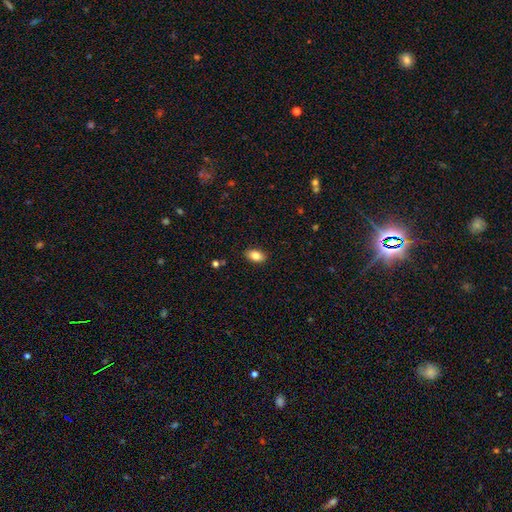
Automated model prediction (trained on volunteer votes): Smooth or featured? smooth (84%)
How rounded? in between (90%)
Merging? none (89%)